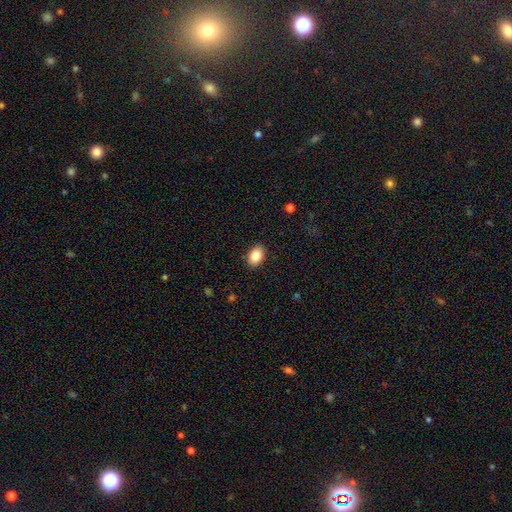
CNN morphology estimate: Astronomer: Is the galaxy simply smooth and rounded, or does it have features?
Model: smooth — 86%.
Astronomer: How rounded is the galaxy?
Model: in between — 84%.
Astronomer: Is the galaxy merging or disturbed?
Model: none — 88%.